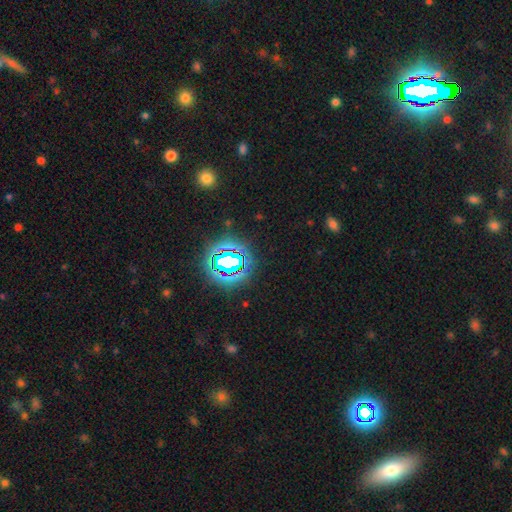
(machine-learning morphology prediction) This is likely a star or artifact rather than a galaxy (78%).